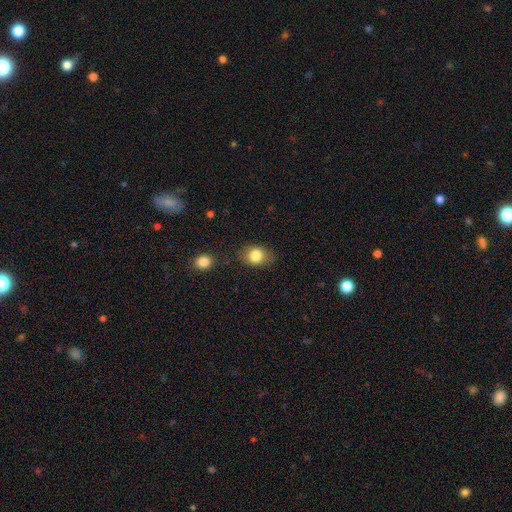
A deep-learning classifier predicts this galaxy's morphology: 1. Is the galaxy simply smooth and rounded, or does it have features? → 82% smooth, 9% star or artifact, 9% featured or disk.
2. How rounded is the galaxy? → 51% in between, 48% round, 1% cigar-shaped.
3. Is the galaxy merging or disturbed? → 77% none, 16% minor disturbance, 4% major disturbance, 3% merger.